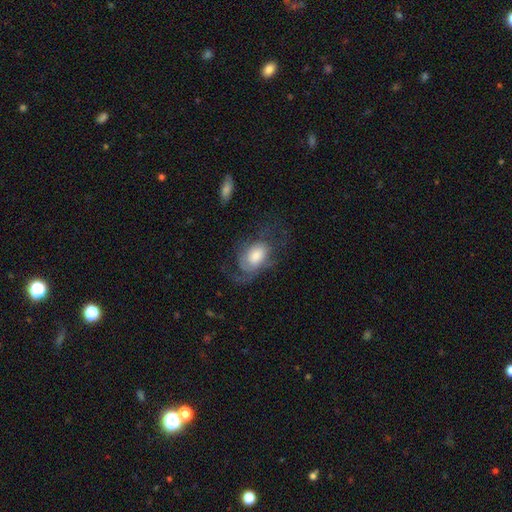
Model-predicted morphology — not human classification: Q: Smooth or featured?
A: featured or disk (61%); runner-up: smooth (31%)
Q: Edge-on disk?
A: no (95%); runner-up: yes (5%)
Q: Bar?
A: no (69%); runner-up: weak (26%)
Q: Spiral arms?
A: yes (82%); runner-up: no (18%)
Q: Bulge size?
A: moderate (42%); runner-up: large (36%)
Q: Merging?
A: none (46%); runner-up: major disturbance (33%)